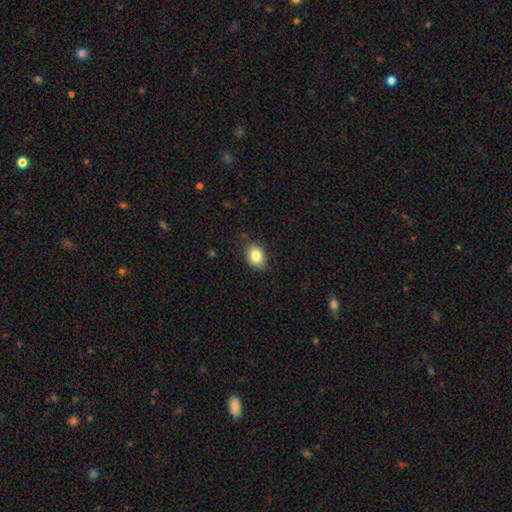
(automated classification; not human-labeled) Smooth or featured: smooth — 83% (star or artifact — 9%)
How rounded: in between — 71% (round — 28%)
Merging: none — 81% (minor disturbance — 15%)